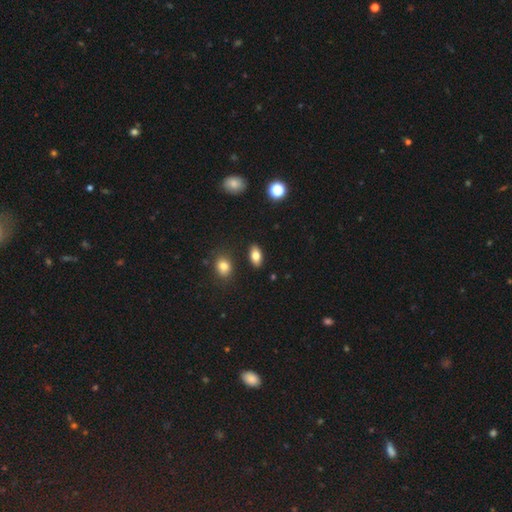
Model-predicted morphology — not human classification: Smooth or featured: smooth — 78% (featured or disk — 13%)
How rounded: in between — 88% (round — 6%)
Merging: none — 87% (minor disturbance — 8%)